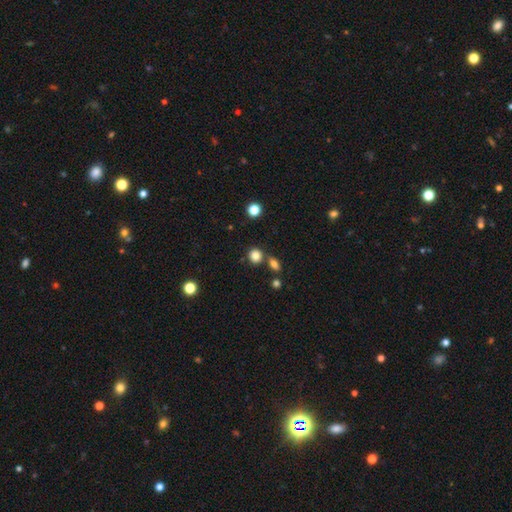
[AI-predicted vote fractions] This is clearly a smooth galaxy (83%). How rounded: clearly round (83%). Merging: likely none (73%).